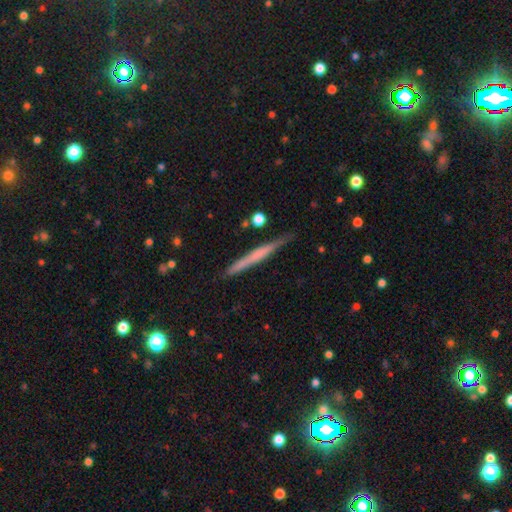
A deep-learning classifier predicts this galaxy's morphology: The model was most divided on "smooth or featured" (2-way tie): featured or disk: 47%, smooth: 47%, star or artifact: 6%. More confident: merging — none (86%).